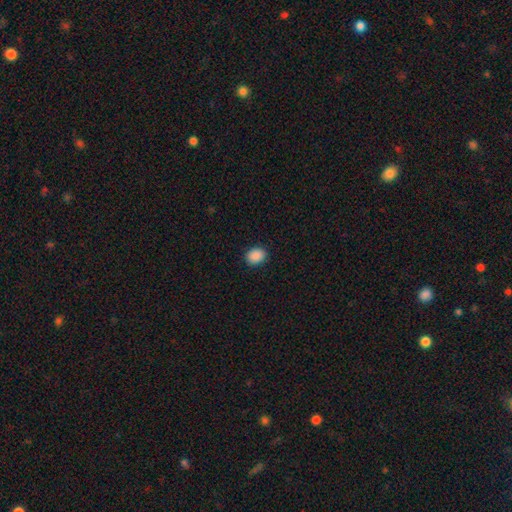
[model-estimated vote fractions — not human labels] Smooth or featured: smooth — 90% (star or artifact — 8%)
How rounded: in between — 54% (round — 45%)
Merging: none — 90% (minor disturbance — 7%)